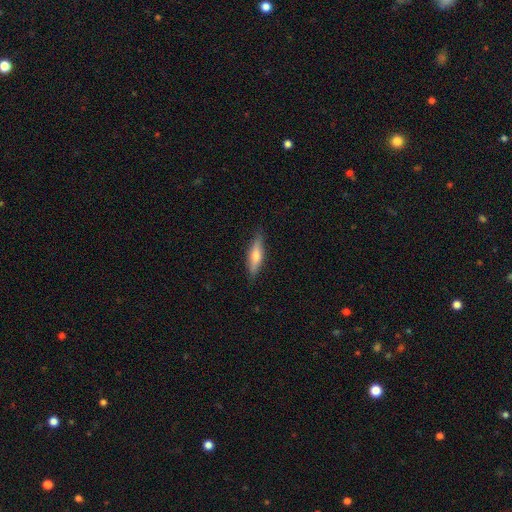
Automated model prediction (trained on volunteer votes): Smooth or featured? smooth (47%, tied with featured or disk)
Merging? none (87%)